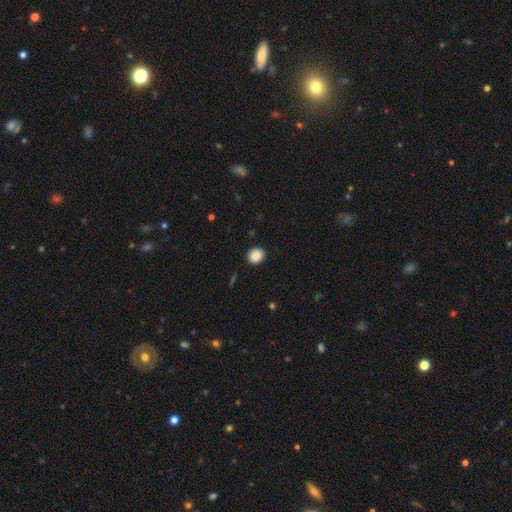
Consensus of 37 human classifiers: A smooth galaxy with no disk features (92%) that is round (88%).

Vote fractions:
- Smooth or featured? smooth: 92% / star or artifact: 5% / featured or disk: 3%
- How rounded? round: 88% / in between: 12% / cigar-shaped: 0%
- Merging? none: 97% / major disturbance: 3% / minor disturbance: 0% / merger: 0%